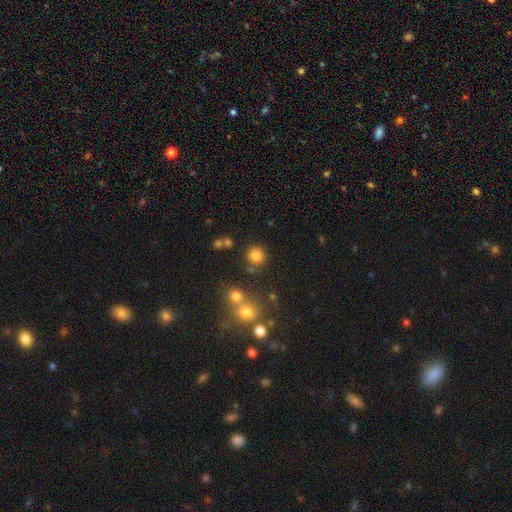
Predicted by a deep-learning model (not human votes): Overall: smooth (81%). How rounded: round (93%). Merging: none (81%).